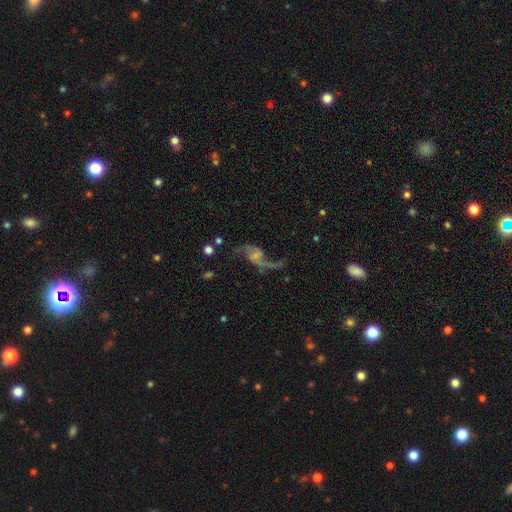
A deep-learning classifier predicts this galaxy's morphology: Overall: featured or disk (84%). Edge-on disk: no (96%). Bar: no (51%; weak 37%). Spiral arms: yes (94%). Spiral arm count: 2 (90%). Spiral winding: loose (87%). Bulge size: small (52%; none 24%). Merging: none (60%).